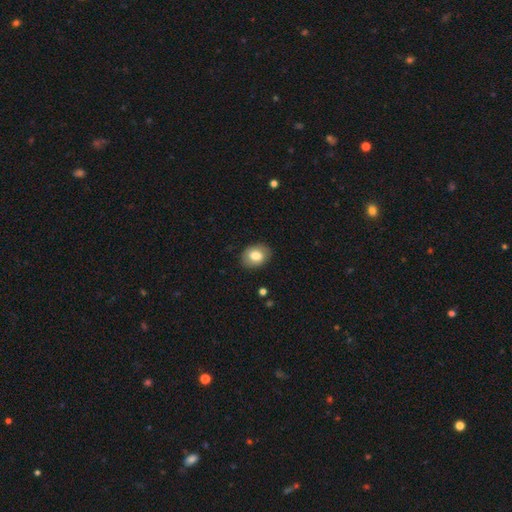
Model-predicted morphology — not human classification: The model was most divided on "how rounded": in between: 65%, round: 34%, cigar-shaped: 1%. More confident: merging — none (85%); smooth or featured — smooth (78%).